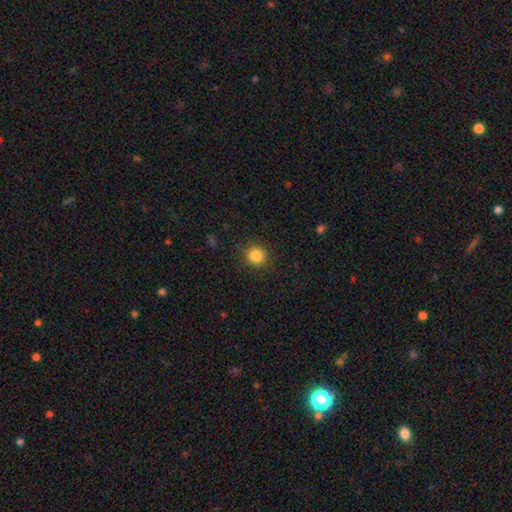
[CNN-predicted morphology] type=smooth (84%); roundness=round (91%); merging=none (90%).